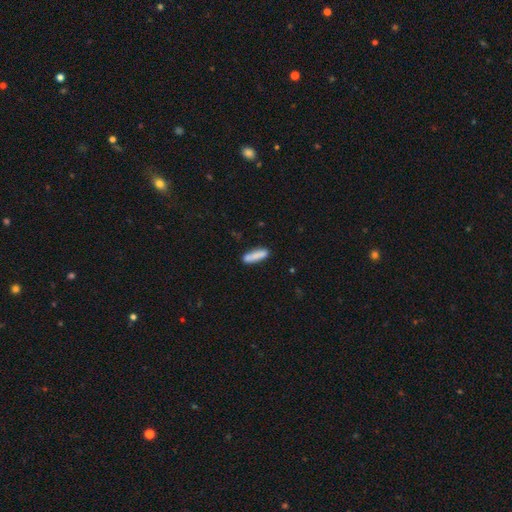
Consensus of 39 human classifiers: Smooth or featured? smooth (87%)
How rounded? cigar-shaped (56%)
Merging? none (71%)